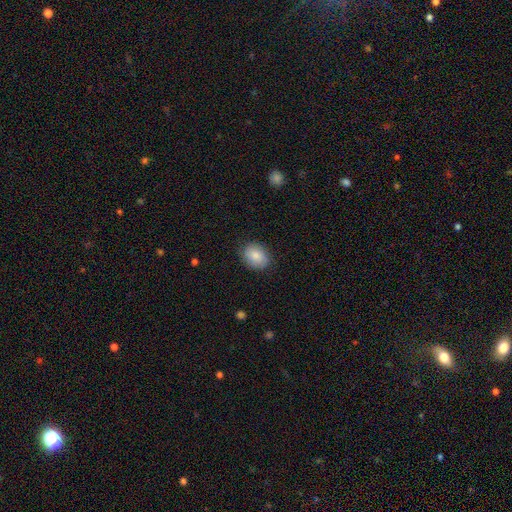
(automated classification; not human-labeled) A smooth galaxy with no disk features (83%) that is in between round and cigar-shaped (53%).

Vote fractions:
- Smooth or featured? smooth: 83% / featured or disk: 10% / star or artifact: 7%
- How rounded? in between: 53% / round: 46% / cigar-shaped: 1%
- Merging? none: 83% / minor disturbance: 13% / major disturbance: 3% / merger: 1%